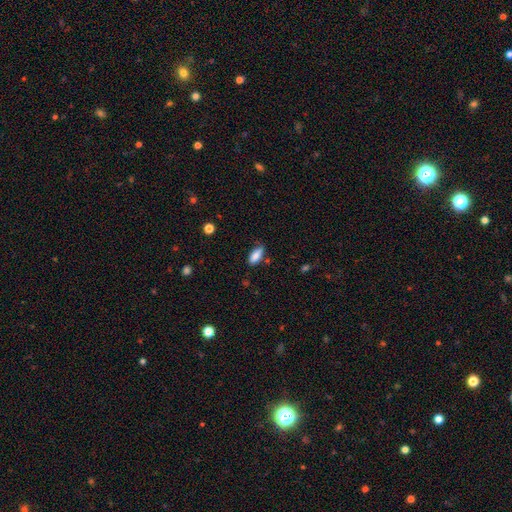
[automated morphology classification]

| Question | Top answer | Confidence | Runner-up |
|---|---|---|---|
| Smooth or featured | smooth | 85% | featured or disk (8%) |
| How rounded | in between | 77% | cigar-shaped (21%) |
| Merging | none | 74% | minor disturbance (19%) |